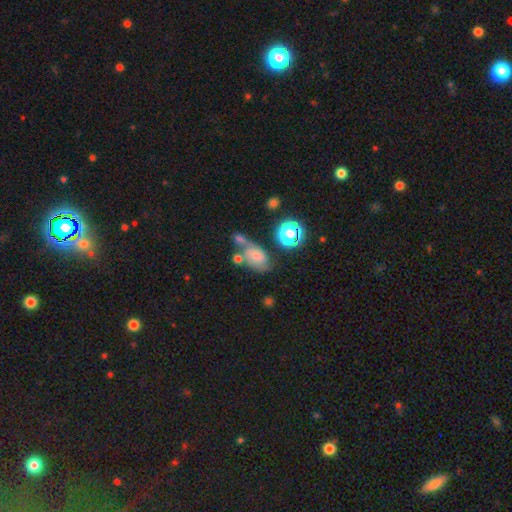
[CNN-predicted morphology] Q: Smooth or featured?
A: smooth (47%); runner-up: featured or disk (38%)
Q: Merging?
A: none (35%); runner-up: merger (28%)